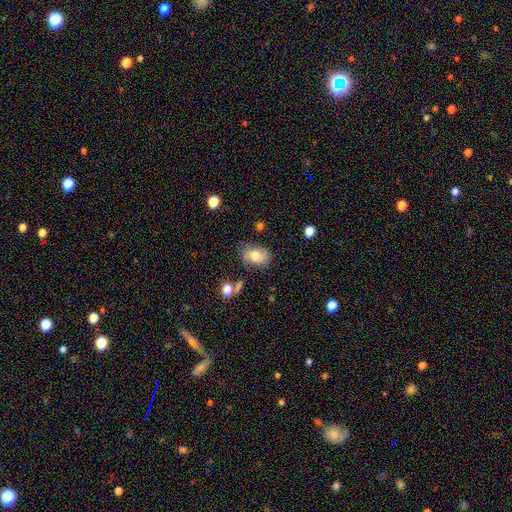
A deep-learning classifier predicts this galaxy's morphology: A smooth galaxy with no disk features (62%) that is in between round and cigar-shaped (82%).

Vote fractions:
- Smooth or featured? smooth: 62% / featured or disk: 29% / star or artifact: 9%
- How rounded? in between: 82% / round: 17% / cigar-shaped: 2%
- Merging? none: 62% / minor disturbance: 25% / major disturbance: 9% / merger: 5%